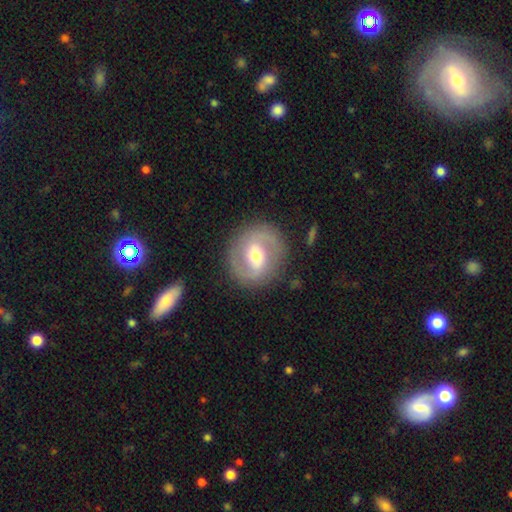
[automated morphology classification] A featured or disk galaxy (77%) with a weak bar (51%), 2 (90%) medium (51%) spiral arms (88%) and a moderate central bulge (72%). Merging: none (86%).